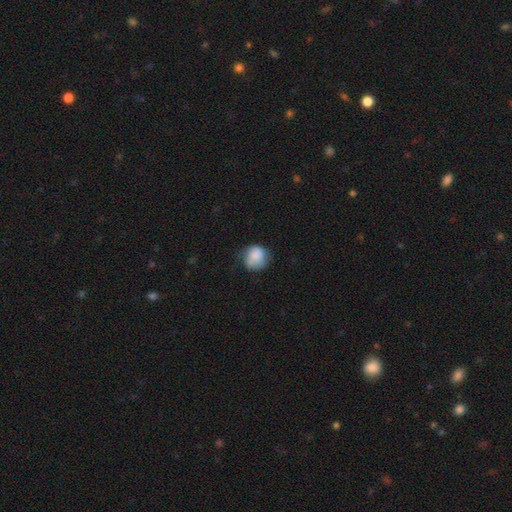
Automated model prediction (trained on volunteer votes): A smooth galaxy with no disk features (79%) that is round (81%).

Vote fractions:
- Smooth or featured? smooth: 79% / featured or disk: 14% / star or artifact: 8%
- How rounded? round: 81% / in between: 18% / cigar-shaped: 1%
- Merging? none: 53% / minor disturbance: 33% / major disturbance: 12% / merger: 2%